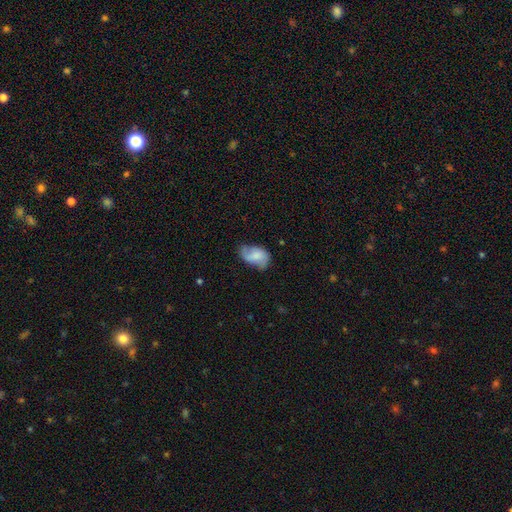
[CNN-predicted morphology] Smooth or featured? smooth (48%)
Merging? none (53%)